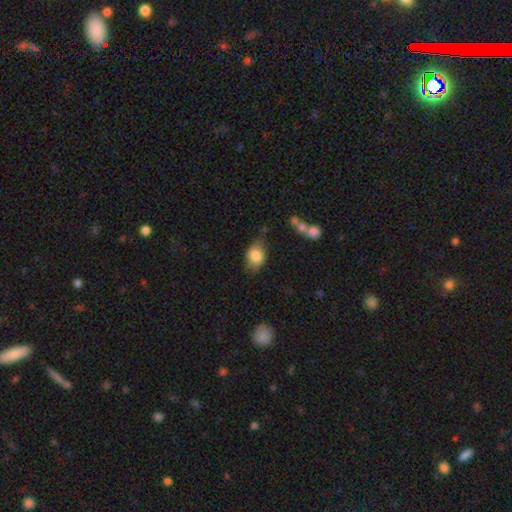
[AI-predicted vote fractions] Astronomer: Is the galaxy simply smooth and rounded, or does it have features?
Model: smooth — 83%.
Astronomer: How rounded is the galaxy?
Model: in between — 79%.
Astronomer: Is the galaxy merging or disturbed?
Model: none — 69%.